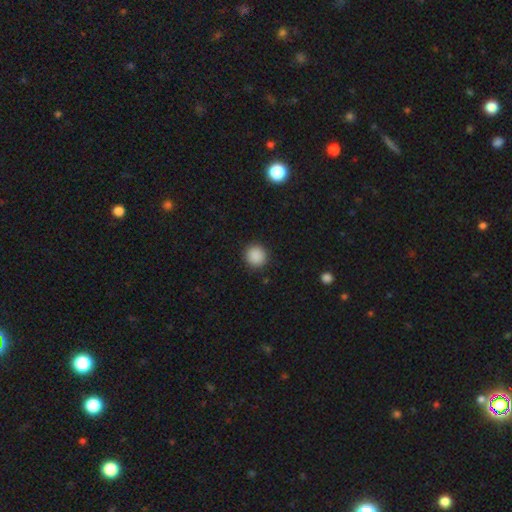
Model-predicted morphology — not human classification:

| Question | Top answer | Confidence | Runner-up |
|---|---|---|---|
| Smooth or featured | smooth | 89% | star or artifact (9%) |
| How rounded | round | 93% | in between (6%) |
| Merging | none | 91% | minor disturbance (5%) |